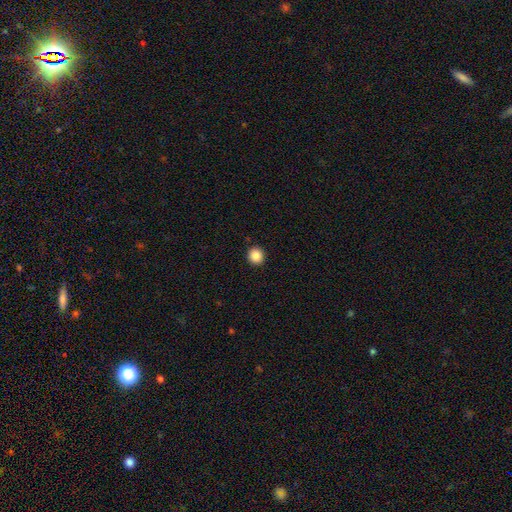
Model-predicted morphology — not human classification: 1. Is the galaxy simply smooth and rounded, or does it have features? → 87% smooth, 9% star or artifact, 3% featured or disk.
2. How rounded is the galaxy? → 88% round, 11% in between, 1% cigar-shaped.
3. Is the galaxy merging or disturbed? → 93% none, 5% minor disturbance, 2% major disturbance, 1% merger.